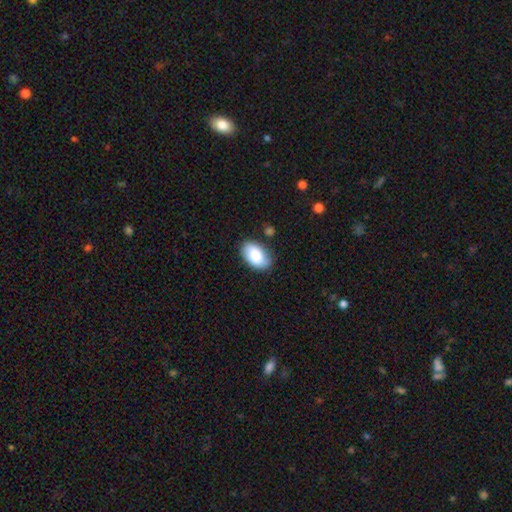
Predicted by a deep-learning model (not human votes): Smooth or featured: smooth — 78% (featured or disk — 16%)
How rounded: in between — 91% (round — 7%)
Merging: none — 78% (minor disturbance — 15%)